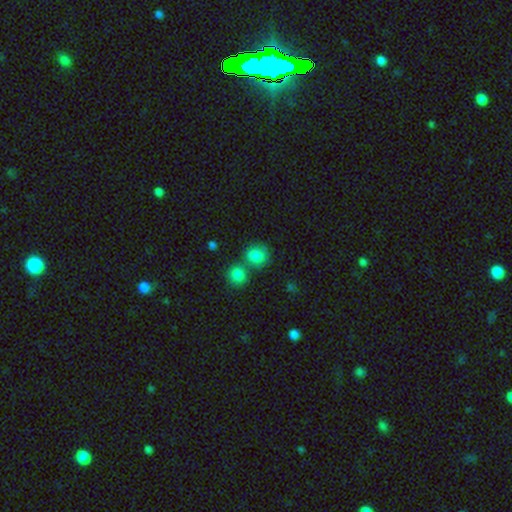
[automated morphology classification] Smooth or featured: smooth — 84% (star or artifact — 10%)
How rounded: round — 71% (in between — 28%)
Merging: none — 50% (merger — 32%)